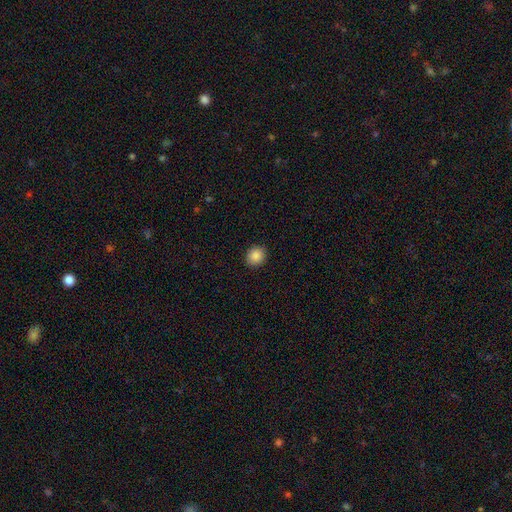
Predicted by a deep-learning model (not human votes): This appears to be a smooth galaxy with no disk features (87%) that is round (82%). Merging: none (91%).